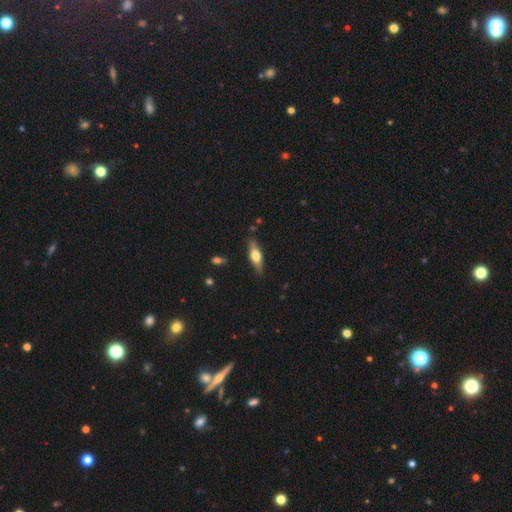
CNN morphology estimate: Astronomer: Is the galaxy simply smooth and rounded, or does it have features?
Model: smooth — 51% (runner-up: featured or disk, 42%).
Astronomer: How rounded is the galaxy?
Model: in between — 51% (runner-up: cigar-shaped, 46%).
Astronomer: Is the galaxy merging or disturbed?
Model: none — 82%.